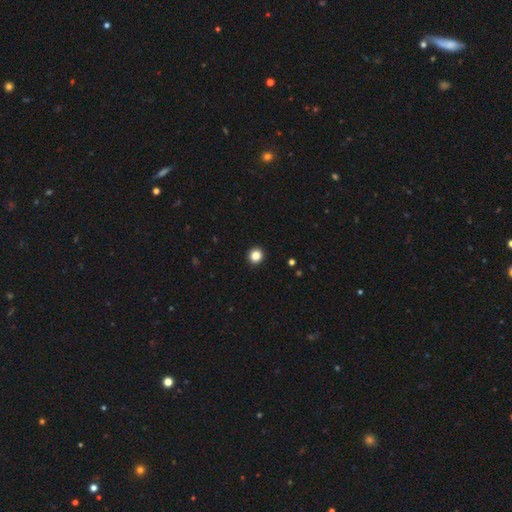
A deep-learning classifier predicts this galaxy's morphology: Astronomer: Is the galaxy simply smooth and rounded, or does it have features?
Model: smooth — 85%.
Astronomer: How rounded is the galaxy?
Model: round — 94%.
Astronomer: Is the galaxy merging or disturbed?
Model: none — 94%.